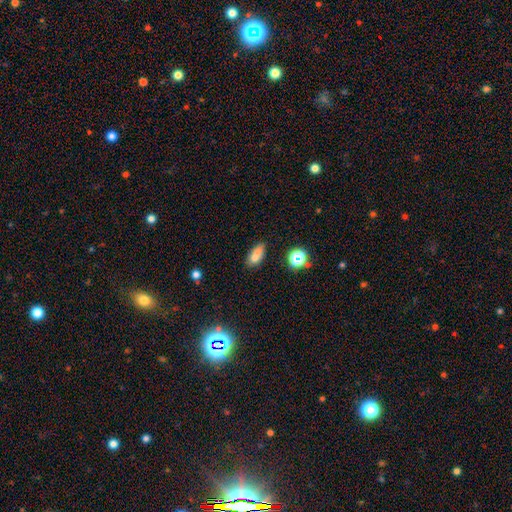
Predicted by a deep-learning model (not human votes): A smooth galaxy with no disk features (73%) that is in between round and cigar-shaped (77%). Merging: none (60%).